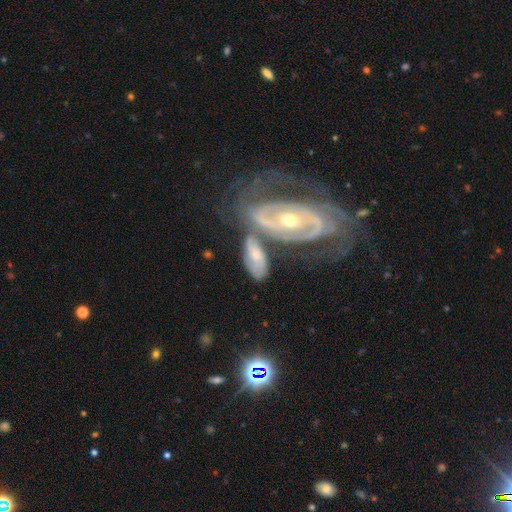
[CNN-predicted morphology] Smooth or featured? featured or disk (61%)
Edge-on disk? no (90%)
Bar? no (59%)
Spiral arms? yes (78%)
Bulge size? moderate (55%)
Merging? merger (40%)